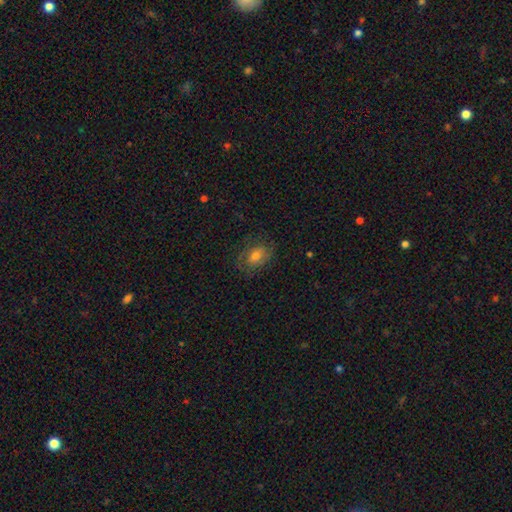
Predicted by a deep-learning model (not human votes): Smooth or featured?
  - smooth: 48% *
  - featured or disk: 41%
  - star or artifact: 11%
Merging?
  - none: 72% *
  - minor disturbance: 18%
  - major disturbance: 9%
  - merger: 1%